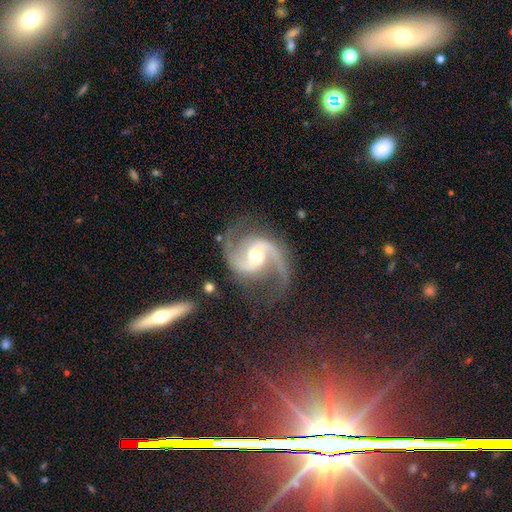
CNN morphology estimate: Smooth or featured? Predicted: featured or disk (p=0.93). Edge-on disk? Predicted: no (p=0.98). Bar? Predicted: weak (p=0.44). Spiral arms? Predicted: yes (p=0.99). Spiral winding? Predicted: medium (p=0.60). Spiral arm count? Predicted: 2 (p=0.94). Bulge size? Predicted: moderate (p=0.64). Merging? Predicted: none (p=0.76).